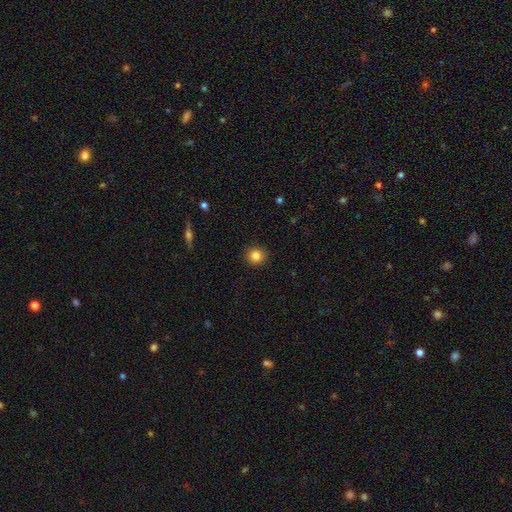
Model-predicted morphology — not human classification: Smooth or featured? Predicted: smooth (p=0.84). How rounded? Predicted: round (p=0.93). Merging? Predicted: none (p=0.92).